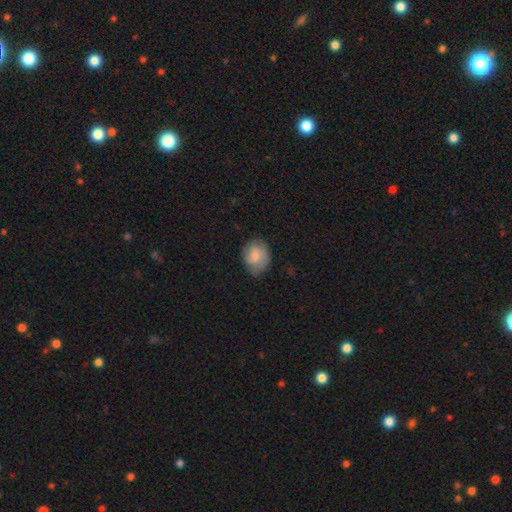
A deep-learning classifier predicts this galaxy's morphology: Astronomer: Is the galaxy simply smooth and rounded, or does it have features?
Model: smooth — 64%.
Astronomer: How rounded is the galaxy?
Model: round — 54% (runner-up: in between, 45%).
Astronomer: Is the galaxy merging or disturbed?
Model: none — 66%.